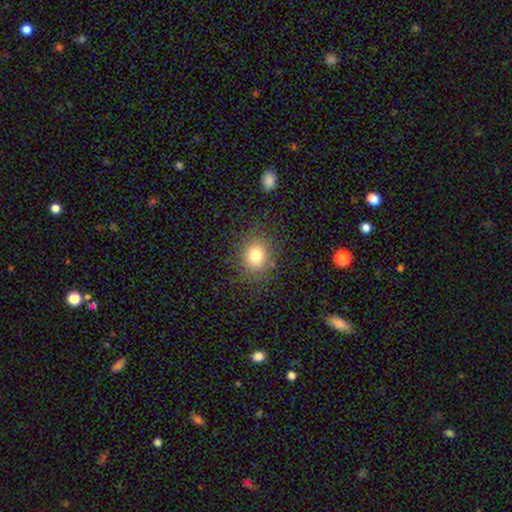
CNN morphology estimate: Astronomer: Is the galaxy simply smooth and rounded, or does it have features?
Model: smooth — 78%.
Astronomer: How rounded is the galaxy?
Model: round — 70%.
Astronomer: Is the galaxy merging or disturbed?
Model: none — 85%.